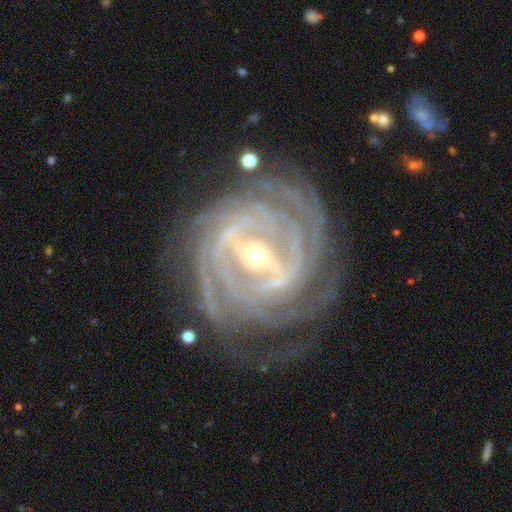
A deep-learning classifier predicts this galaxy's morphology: smooth-or-featured: featured or disk: 92% | star or artifact: 4% | smooth: 3%
  disk-edge-on: no: 97% | yes: 3%
    bar: strong: 60% | weak: 30% | no: 10%
    has-spiral-arms: yes: 98% | no: 2%
      spiral-winding: tight: 81% | medium: 16% | loose: 3%
      spiral-arm-count: 4: 27% | can't tell: 21% | more than 4: 16% | 3: 16% | 2: 13% | 1: 7%
    bulge-size: small: 60% | moderate: 36% | large: 2% | none: 1% | dominant: 1%
  merging: none: 76% | minor disturbance: 15% | major disturbance: 7% | merger: 2%